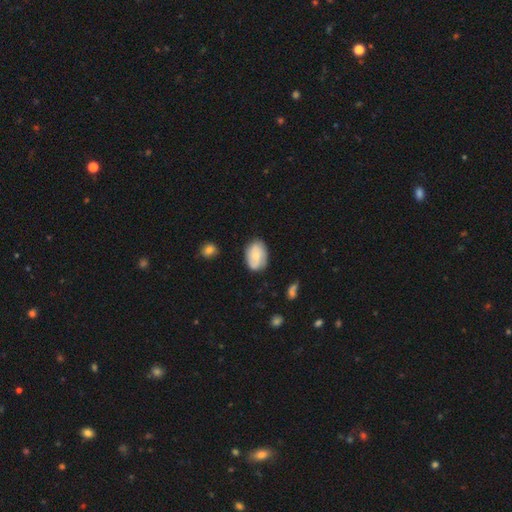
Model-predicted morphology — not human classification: type=smooth (60%); roundness=in between (83%); merging=none (72%).